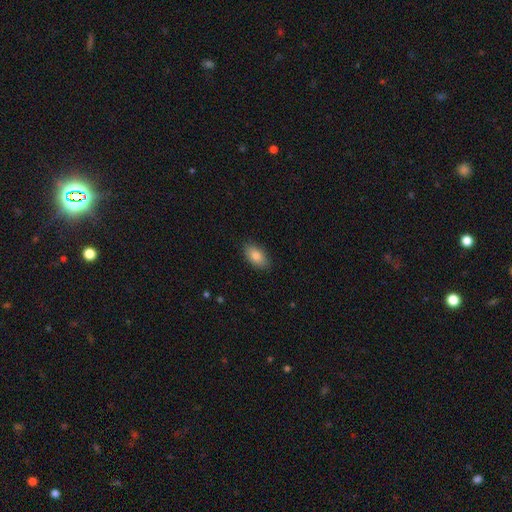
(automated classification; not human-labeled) The model was most divided on "merging": none: 86%, minor disturbance: 10%, major disturbance: 2%, merger: 1%. More confident: how rounded — in between (93%); smooth or featured — smooth (85%).